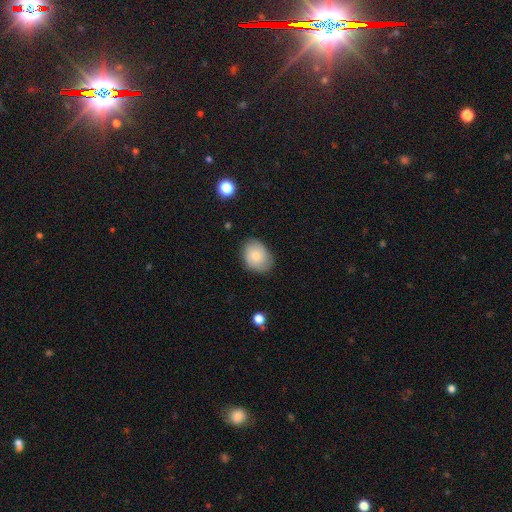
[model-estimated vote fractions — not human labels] The model was most divided on "how rounded": in between: 61%, round: 38%, cigar-shaped: 1%. More confident: merging — none (76%); smooth or featured — smooth (72%).